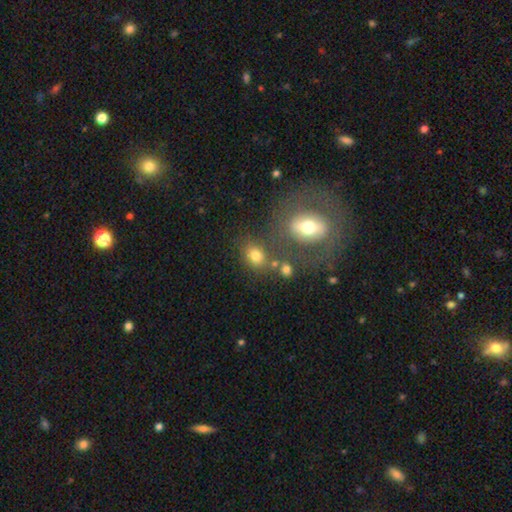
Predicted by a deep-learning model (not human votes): A smooth galaxy with no disk features (74%) that is in between round and cigar-shaped (54%). Merging: none (60%).